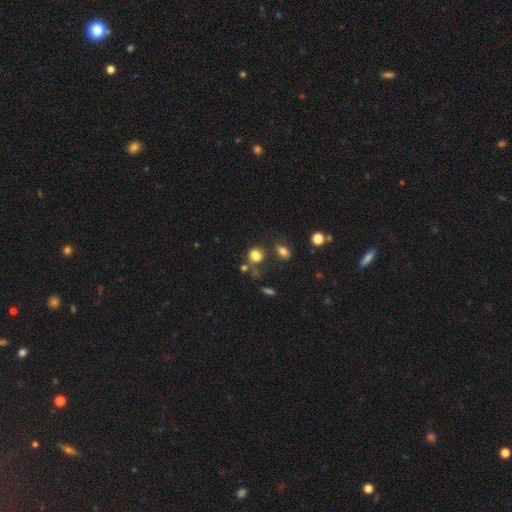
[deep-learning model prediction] A smooth galaxy with no disk features (80%) that is round (64%).

Vote fractions:
- Smooth or featured? smooth: 80% / star or artifact: 12% / featured or disk: 7%
- How rounded? round: 64% / in between: 34% / cigar-shaped: 1%
- Merging? none: 55% / minor disturbance: 19% / merger: 15% / major disturbance: 11%